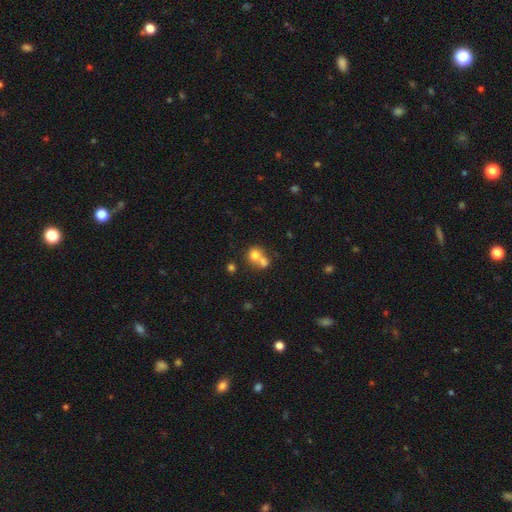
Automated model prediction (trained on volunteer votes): Smooth or featured?
  - smooth: 71% *
  - featured or disk: 17%
  - star or artifact: 12%
How rounded?
  - round: 76% *
  - in between: 23%
  - cigar-shaped: 1%
Merging?
  - merger: 60% *
  - none: 30%
  - minor disturbance: 6%
  - major disturbance: 3%